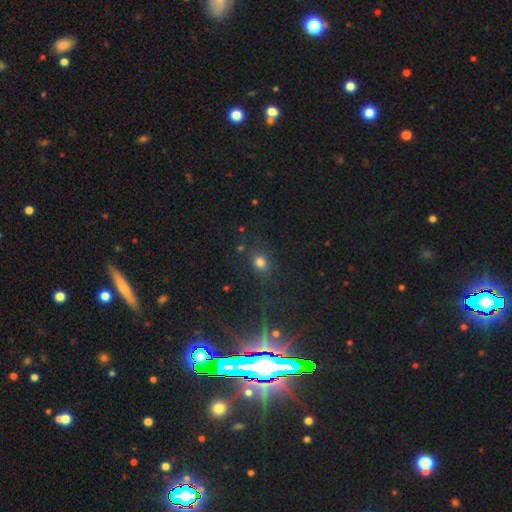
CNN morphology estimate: smooth_or_featured: star or artifact (p=0.57) [alt: smooth p=0.30]